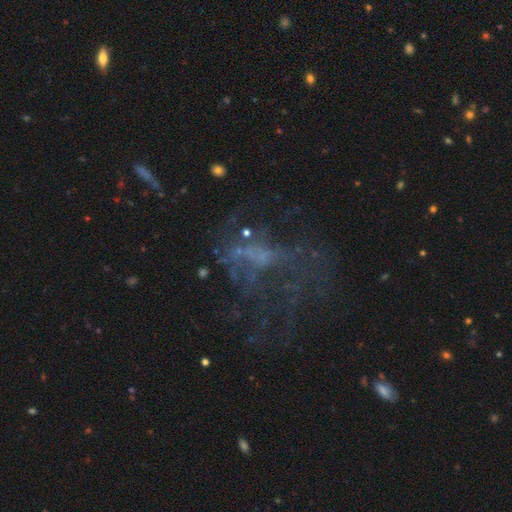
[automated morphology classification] A featured or disk galaxy (47%). Merging: major disturbance (44%).